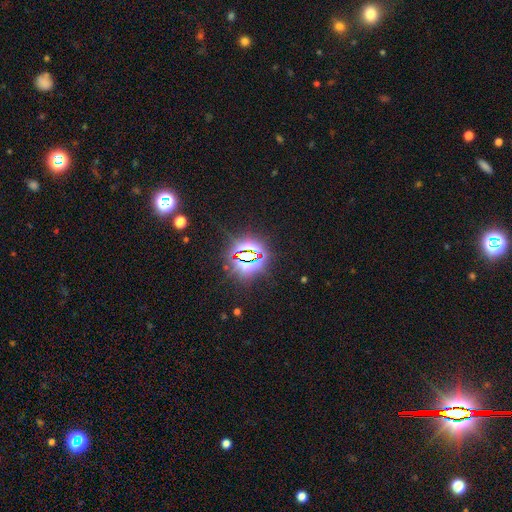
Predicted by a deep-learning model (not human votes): star or artifact 79%, smooth 13%, featured or disk 8%.